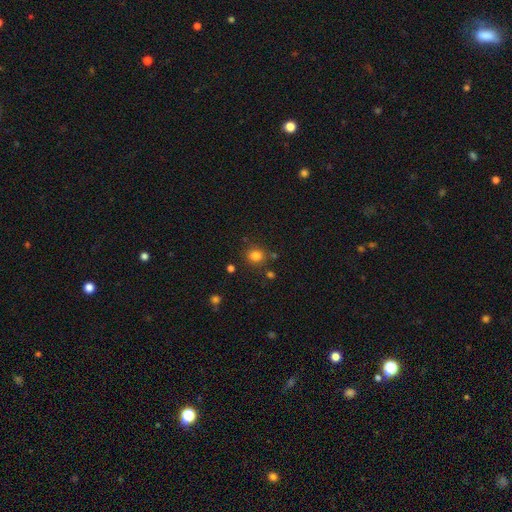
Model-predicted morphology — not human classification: A smooth galaxy with no disk features (81%) that is round (77%).

Vote fractions:
- Smooth or featured? smooth: 81% / star or artifact: 14% / featured or disk: 5%
- How rounded? round: 77% / in between: 22% / cigar-shaped: 1%
- Merging? none: 81% / minor disturbance: 10% / merger: 5% / major disturbance: 3%